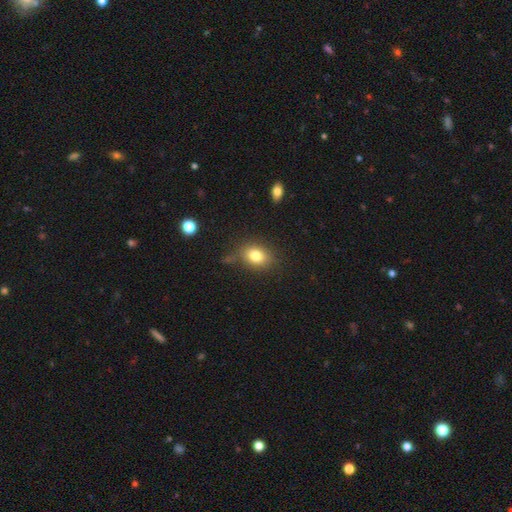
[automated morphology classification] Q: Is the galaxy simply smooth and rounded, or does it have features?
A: smooth — 80%.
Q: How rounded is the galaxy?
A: in between — 66%.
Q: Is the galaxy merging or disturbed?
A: none — 74%.